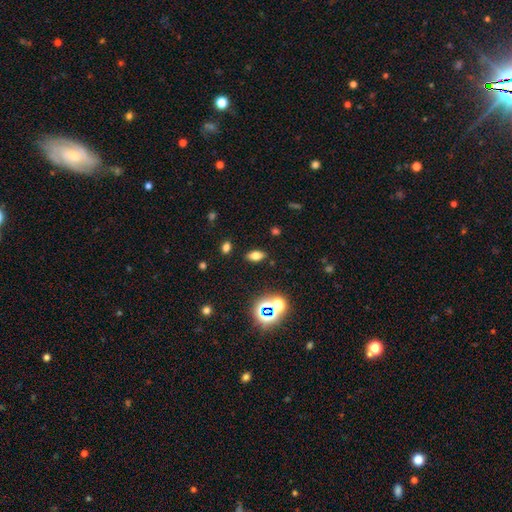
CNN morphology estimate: Overall: smooth (66%). How rounded: in between (84%). Merging: none (87%).